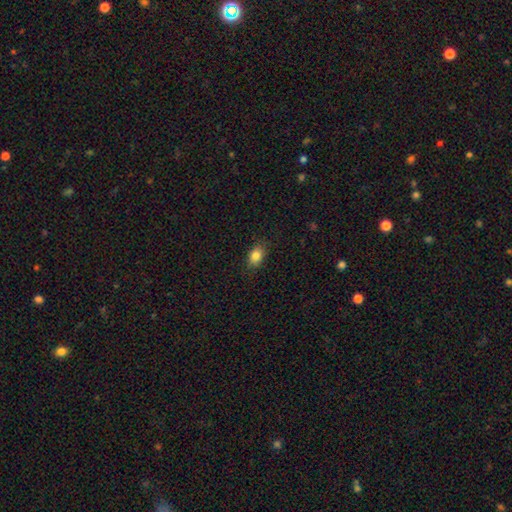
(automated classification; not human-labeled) A smooth galaxy with no disk features (85%) that is in between round and cigar-shaped (78%).

Vote fractions:
- Smooth or featured? smooth: 85% / star or artifact: 9% / featured or disk: 6%
- How rounded? in between: 78% / round: 20% / cigar-shaped: 2%
- Merging? none: 85% / minor disturbance: 12% / major disturbance: 3% / merger: 1%